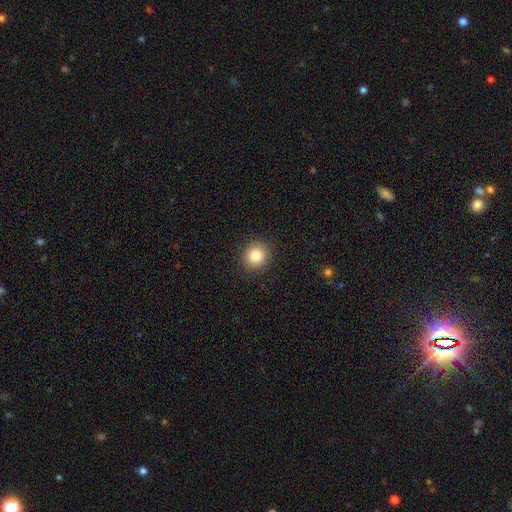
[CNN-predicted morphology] This is clearly a smooth galaxy (83%). How rounded: clearly round (90%). Merging: clearly none (92%).